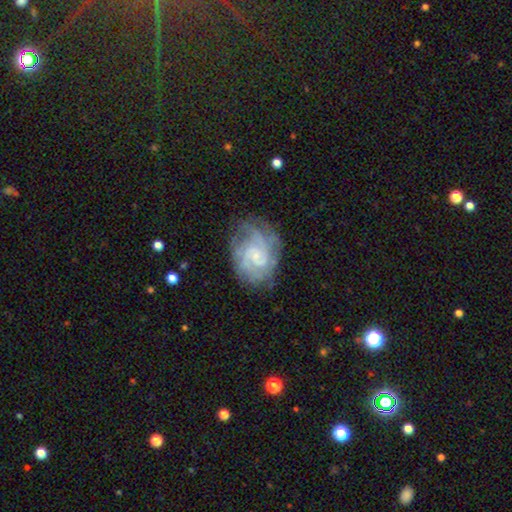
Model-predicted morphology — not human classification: featured or disk 79%, smooth 14%, star or artifact 7%. Down the decision tree: edge-on disk — no (98%); bar — no (63%); spiral arms — yes (93%); spiral arm count — can't tell (37%); spiral winding — tight (56%); bulge size — small (68%); merging — none (66%).